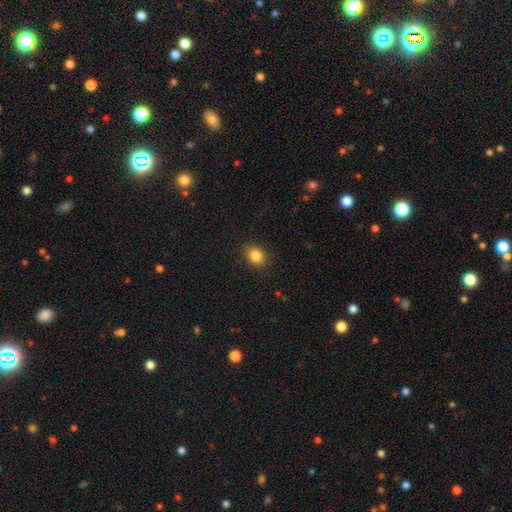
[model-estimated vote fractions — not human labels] A smooth galaxy with no disk features (85%) that is in between round and cigar-shaped (52%).

Vote fractions:
- Smooth or featured? smooth: 85% / star or artifact: 10% / featured or disk: 5%
- How rounded? in between: 52% / round: 47% / cigar-shaped: 1%
- Merging? none: 87% / minor disturbance: 10% / major disturbance: 3% / merger: 1%